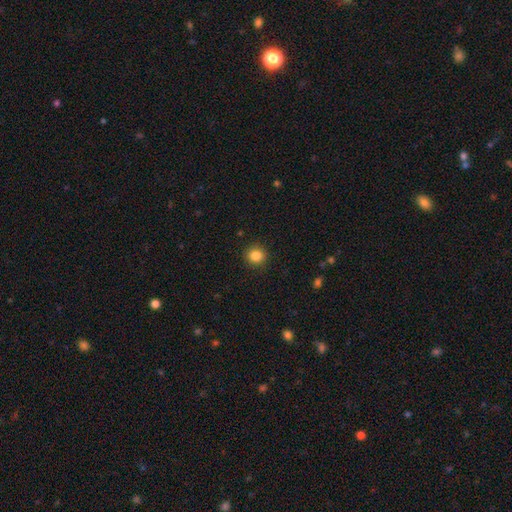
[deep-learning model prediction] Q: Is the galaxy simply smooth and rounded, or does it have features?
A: smooth — 85%.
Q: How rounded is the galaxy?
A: round — 89%.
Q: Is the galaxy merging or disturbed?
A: none — 91%.